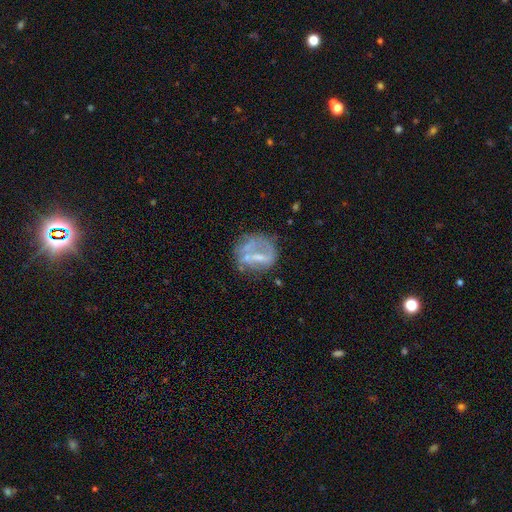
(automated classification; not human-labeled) This appears to be a featured or disk galaxy (56%) with no bar (44%), no spiral arms (76%) and a small central bulge (37%). Merging: none (46%).